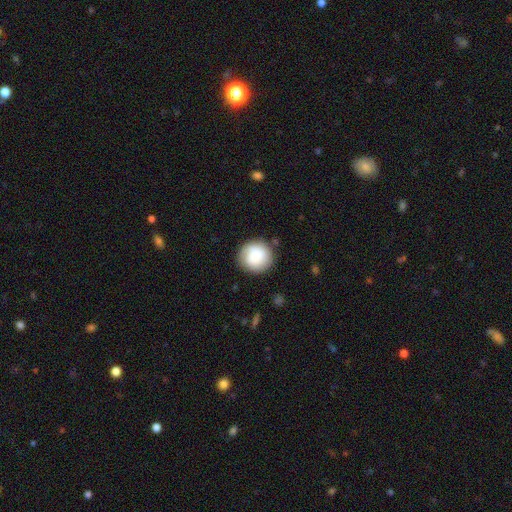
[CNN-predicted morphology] A smooth galaxy with no disk features (75%) that is round (92%).

Vote fractions:
- Smooth or featured? smooth: 75% / featured or disk: 17% / star or artifact: 7%
- How rounded? round: 92% / in between: 7% / cigar-shaped: 1%
- Merging? none: 83% / minor disturbance: 11% / major disturbance: 4% / merger: 2%